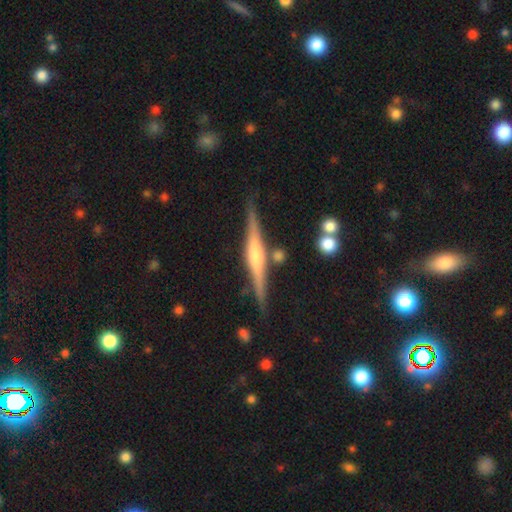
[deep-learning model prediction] This is likely a featured or disk galaxy (80%). It is clearly viewed edge-on (98%). Edge-on bulge: likely rounded (76%). Merging: clearly none (87%).